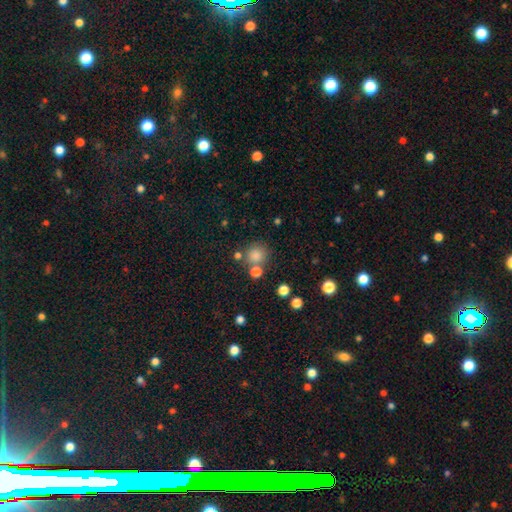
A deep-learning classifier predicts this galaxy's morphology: Q: Smooth or featured?
A: smooth (81%); runner-up: star or artifact (14%)
Q: How rounded?
A: round (90%); runner-up: in between (9%)
Q: Merging?
A: none (71%); runner-up: merger (15%)